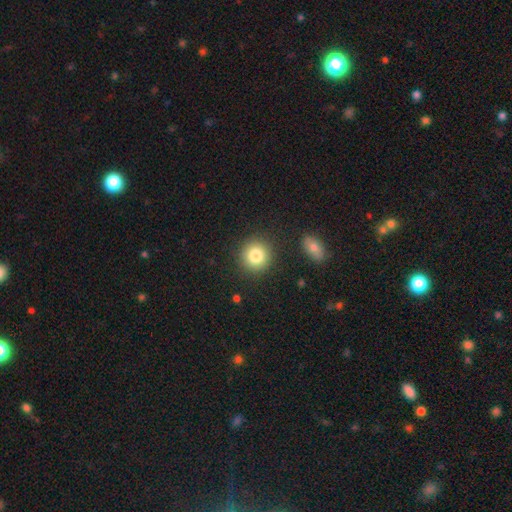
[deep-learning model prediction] Smooth or featured?
  - smooth: 82% *
  - star or artifact: 10%
  - featured or disk: 8%
How rounded?
  - round: 91% *
  - in between: 8%
  - cigar-shaped: 1%
Merging?
  - none: 88% *
  - minor disturbance: 7%
  - major disturbance: 3%
  - merger: 2%